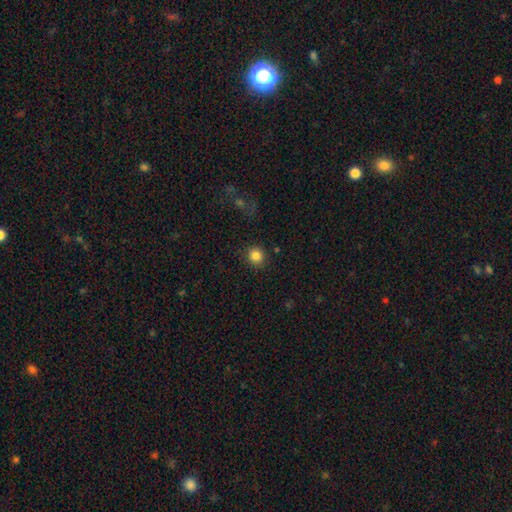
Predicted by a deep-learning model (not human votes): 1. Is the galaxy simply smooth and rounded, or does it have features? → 85% smooth, 11% star or artifact, 4% featured or disk.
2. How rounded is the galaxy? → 90% round, 9% in between, 1% cigar-shaped.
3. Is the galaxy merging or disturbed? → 89% none, 7% minor disturbance, 3% major disturbance, 2% merger.